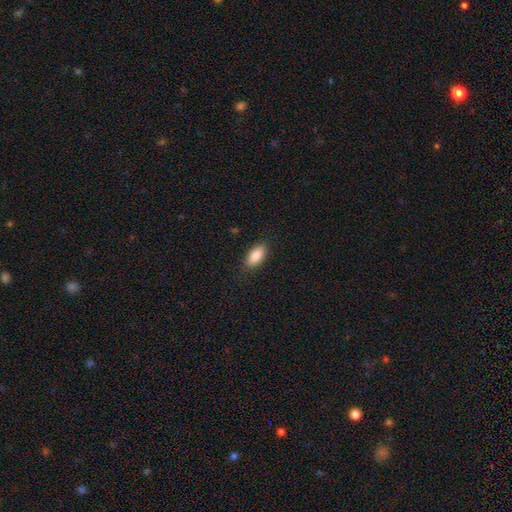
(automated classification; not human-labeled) Morphology: type=smooth (87%); roundness=in between (90%); merging=none (86%).